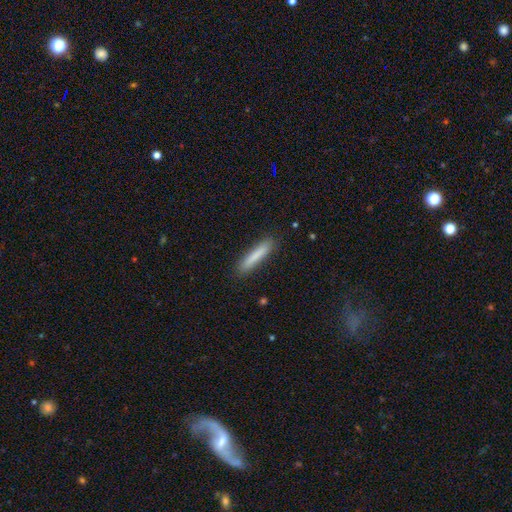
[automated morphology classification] smooth_or_featured: smooth (p=0.82) [alt: featured or disk p=0.12]
how_rounded: cigar-shaped (p=0.92) [alt: in between p=0.07]
merging: none (p=0.88) [alt: minor disturbance p=0.09]